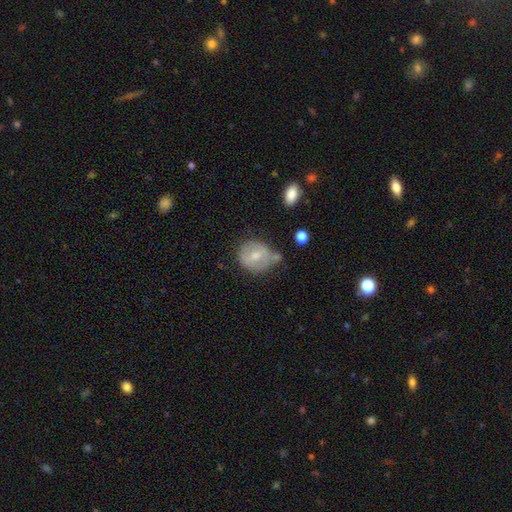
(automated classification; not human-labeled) smooth 57%, featured or disk 35%, star or artifact 8%. Down the decision tree: how rounded — round (74%); merging — none (55%).